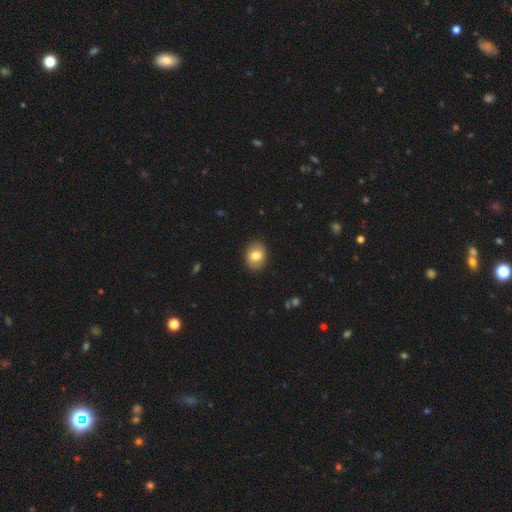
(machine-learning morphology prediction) Smooth or featured?
  - smooth: 80% *
  - featured or disk: 12%
  - star or artifact: 8%
How rounded?
  - in between: 53% *
  - round: 46%
  - cigar-shaped: 1%
Merging?
  - none: 89% *
  - minor disturbance: 8%
  - major disturbance: 2%
  - merger: 1%